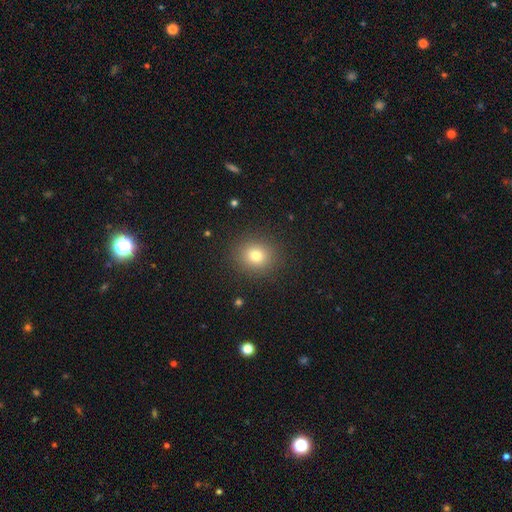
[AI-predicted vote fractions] Overall: smooth (77%). How rounded: round (80%). Merging: none (89%).